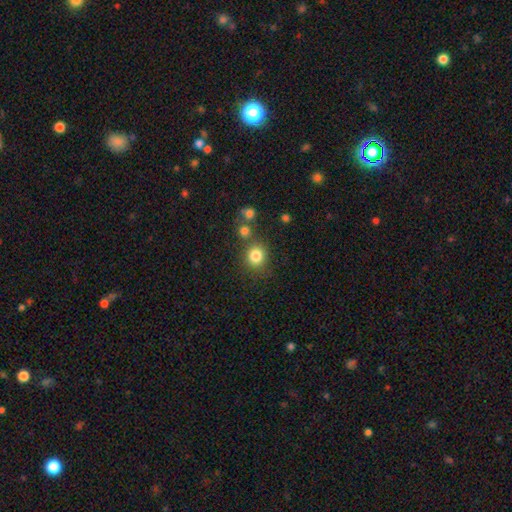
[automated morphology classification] Smooth or featured: smooth — 82% (star or artifact — 12%)
How rounded: round — 86% (in between — 13%)
Merging: none — 74% (merger — 12%)